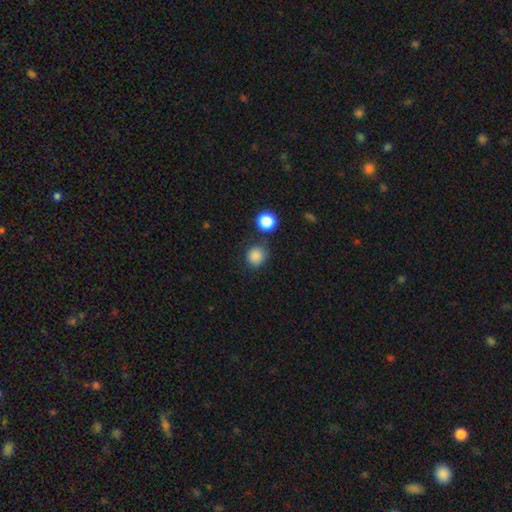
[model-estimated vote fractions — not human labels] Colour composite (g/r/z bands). It shows a smooth galaxy with no disk features (86%) that is round (87%). Merging: none (75%).